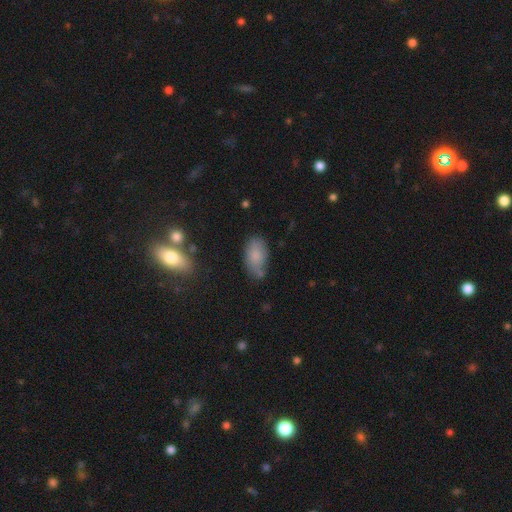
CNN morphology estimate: smooth-or-featured: smooth: 78% | featured or disk: 13% | star or artifact: 8%
  how-rounded: in between: 93% | round: 4% | cigar-shaped: 3%
  merging: none: 61% | minor disturbance: 26% | merger: 7% | major disturbance: 7%